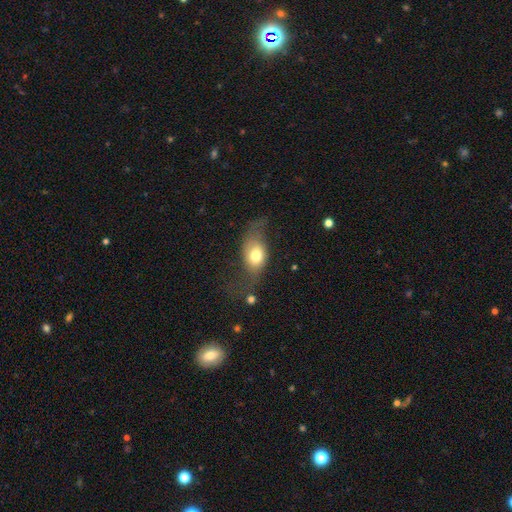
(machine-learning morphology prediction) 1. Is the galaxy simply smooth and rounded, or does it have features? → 60% smooth, 32% featured or disk, 8% star or artifact.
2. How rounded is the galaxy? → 71% in between, 25% round, 4% cigar-shaped.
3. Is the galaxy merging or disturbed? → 36% none, 35% major disturbance, 26% minor disturbance, 4% merger.